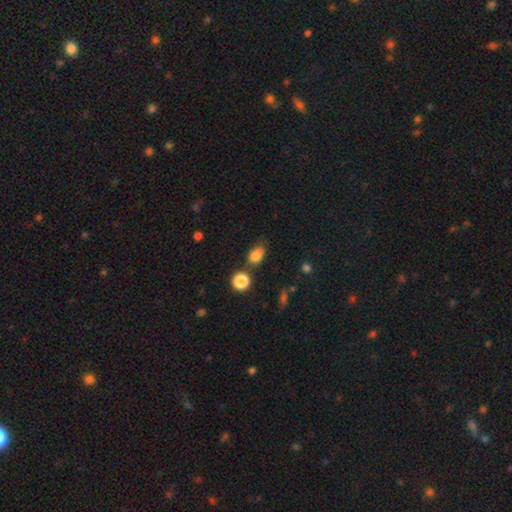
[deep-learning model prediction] This is clearly a smooth galaxy (81%). How rounded: likely in between (74%). Merging: possibly none (59%).